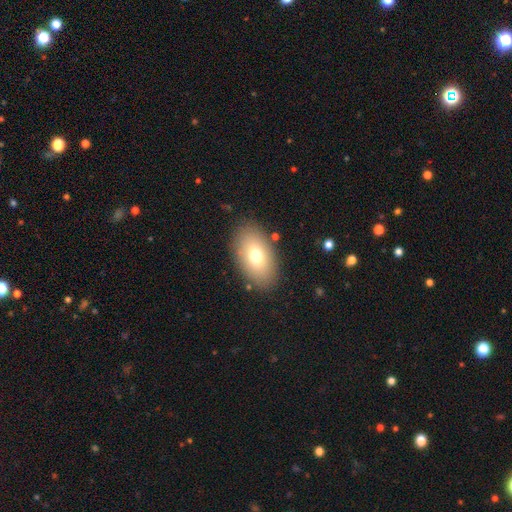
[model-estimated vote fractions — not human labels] A smooth galaxy with no disk features (72%) that is in between round and cigar-shaped (91%).

Vote fractions:
- Smooth or featured? smooth: 72% / featured or disk: 19% / star or artifact: 9%
- How rounded? in between: 91% / round: 7% / cigar-shaped: 2%
- Merging? none: 85% / minor disturbance: 10% / major disturbance: 4% / merger: 2%